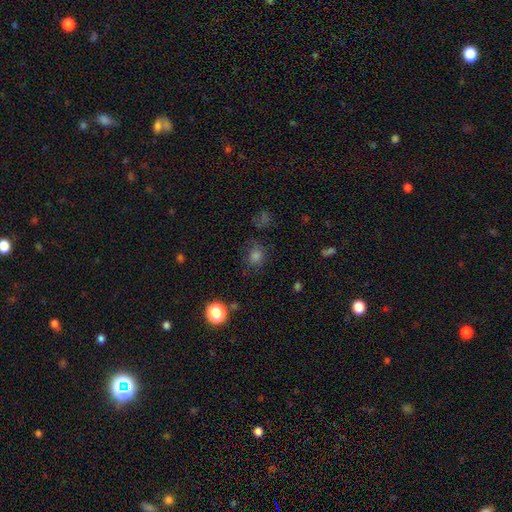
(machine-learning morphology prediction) Q: Smooth or featured?
A: smooth (67%); runner-up: star or artifact (25%)
Q: How rounded?
A: round (75%); runner-up: in between (24%)
Q: Merging?
A: none (73%); runner-up: minor disturbance (17%)